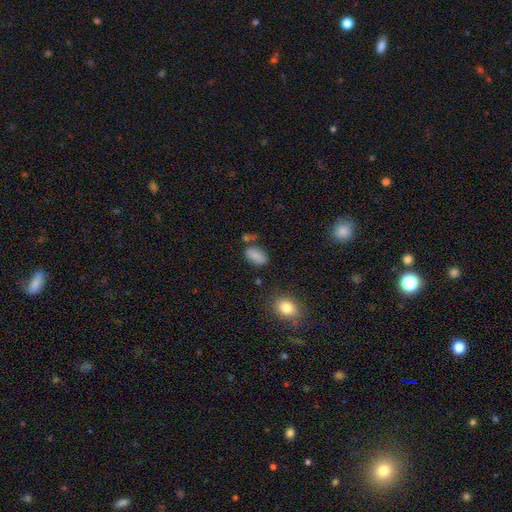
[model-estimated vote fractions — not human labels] Smooth or featured: smooth — 83% (star or artifact — 10%)
How rounded: in between — 90% (round — 6%)
Merging: none — 66% (minor disturbance — 18%)